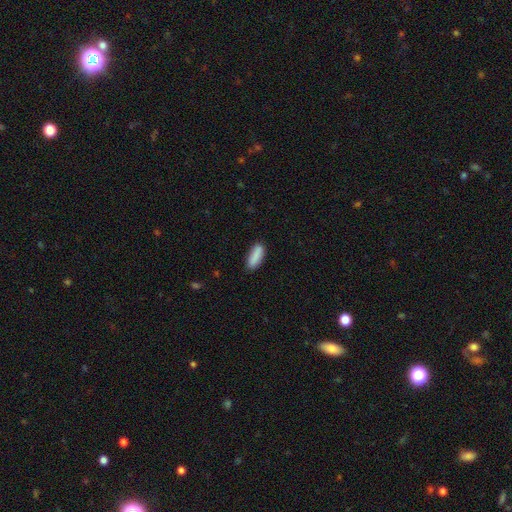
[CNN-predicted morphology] This is clearly a smooth galaxy (88%). How rounded: possibly in between (60%). Merging: clearly none (83%).